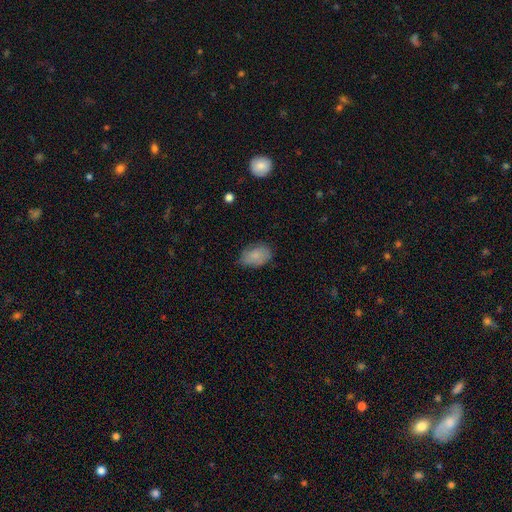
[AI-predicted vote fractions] Smooth or featured? Predicted: smooth (p=0.81). How rounded? Predicted: in between (p=0.86). Merging? Predicted: none (p=0.70).